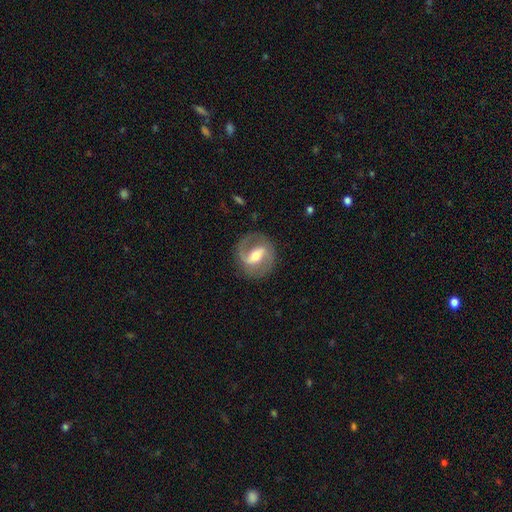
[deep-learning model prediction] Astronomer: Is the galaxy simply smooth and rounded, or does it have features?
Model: featured or disk — 80%.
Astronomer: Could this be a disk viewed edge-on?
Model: no — 96%.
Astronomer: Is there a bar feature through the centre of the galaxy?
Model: strong — 49% (runner-up: weak, 38%).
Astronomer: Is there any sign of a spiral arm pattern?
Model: yes — 86%.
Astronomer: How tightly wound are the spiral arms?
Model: medium — 50% (runner-up: loose, 26%).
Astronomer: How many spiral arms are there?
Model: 2 — 84%.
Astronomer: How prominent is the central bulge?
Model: moderate — 66%.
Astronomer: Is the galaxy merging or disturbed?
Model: none — 81%.